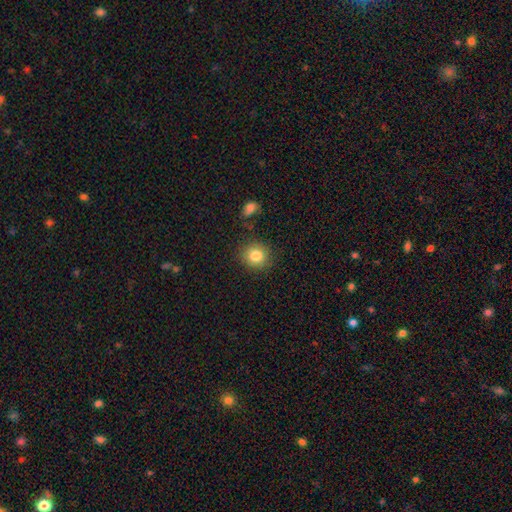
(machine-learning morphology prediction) Overall: smooth (83%). How rounded: round (89%). Merging: none (86%).